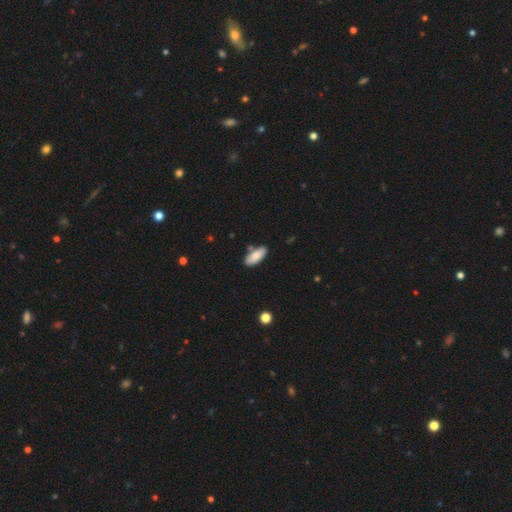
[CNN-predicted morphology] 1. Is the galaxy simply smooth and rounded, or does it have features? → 79% smooth, 14% featured or disk, 6% star or artifact.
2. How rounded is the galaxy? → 85% in between, 13% cigar-shaped, 2% round.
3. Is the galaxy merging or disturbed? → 77% none, 14% minor disturbance, 7% merger, 2% major disturbance.